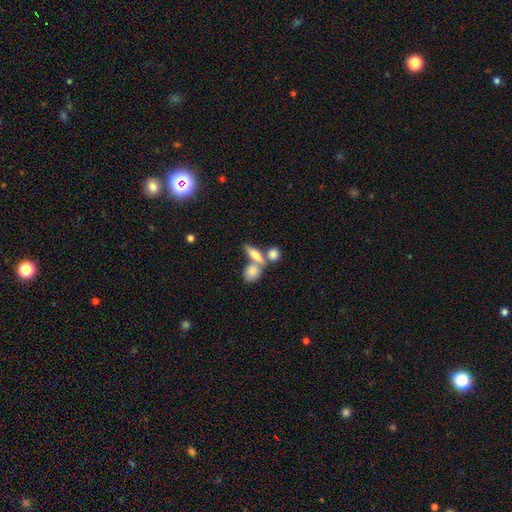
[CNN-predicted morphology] smooth_or_featured: smooth (p=0.72) [alt: featured or disk p=0.20]
how_rounded: in between (p=0.56) [alt: cigar-shaped p=0.30]
merging: merger (p=0.44) [alt: none p=0.41]